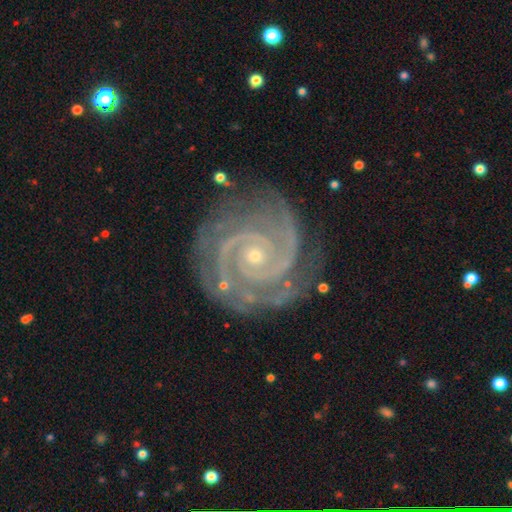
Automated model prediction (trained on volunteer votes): Q: Smooth or featured?
A: featured or disk (93%); runner-up: star or artifact (5%)
Q: Edge-on disk?
A: no (98%); runner-up: yes (2%)
Q: Bar?
A: no (70%); runner-up: weak (20%)
Q: Spiral arms?
A: yes (99%); runner-up: no (1%)
Q: Spiral winding?
A: tight (80%); runner-up: medium (19%)
Q: Spiral arm count?
A: 2 (67%); runner-up: 3 (16%)
Q: Bulge size?
A: small (75%); runner-up: moderate (22%)
Q: Merging?
A: none (78%); runner-up: minor disturbance (16%)